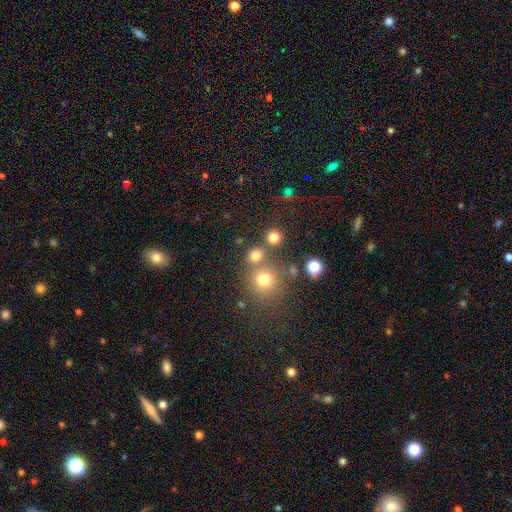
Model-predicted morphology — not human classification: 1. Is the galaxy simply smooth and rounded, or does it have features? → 75% smooth, 17% star or artifact, 8% featured or disk.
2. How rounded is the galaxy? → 86% round, 13% in between, 1% cigar-shaped.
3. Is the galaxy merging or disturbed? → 70% none, 19% merger, 8% minor disturbance, 4% major disturbance.